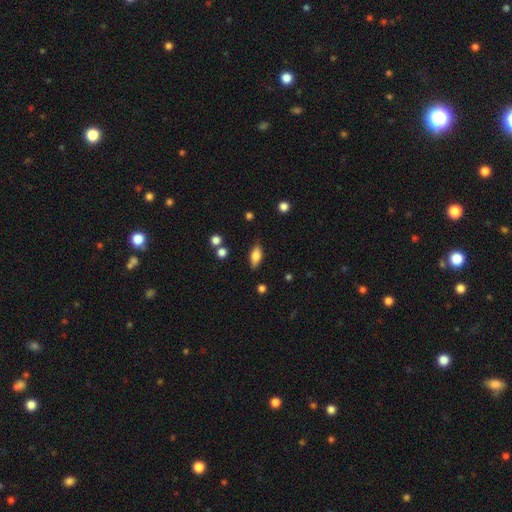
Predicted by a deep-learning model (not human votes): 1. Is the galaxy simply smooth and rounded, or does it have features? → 70% smooth, 22% featured or disk, 8% star or artifact.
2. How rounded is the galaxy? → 82% in between, 14% cigar-shaped, 4% round.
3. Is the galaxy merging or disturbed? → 82% none, 13% minor disturbance, 3% major disturbance, 2% merger.